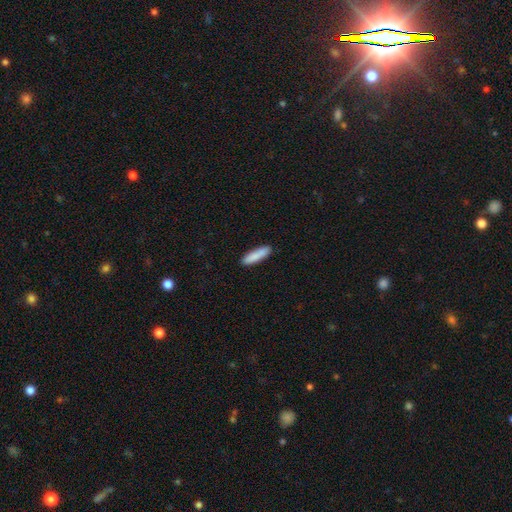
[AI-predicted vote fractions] Morphology: type=smooth (87%); roundness=cigar-shaped (72%); merging=none (89%).